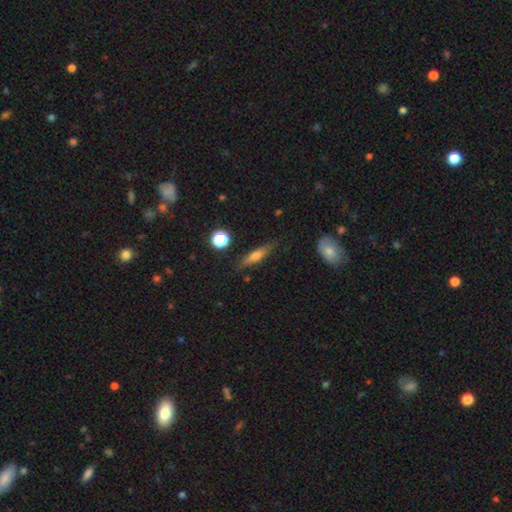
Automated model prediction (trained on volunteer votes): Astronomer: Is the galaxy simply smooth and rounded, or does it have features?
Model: smooth — 54% (runner-up: featured or disk, 37%).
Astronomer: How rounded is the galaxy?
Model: cigar-shaped — 70%.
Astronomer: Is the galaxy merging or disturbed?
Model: none — 80%.